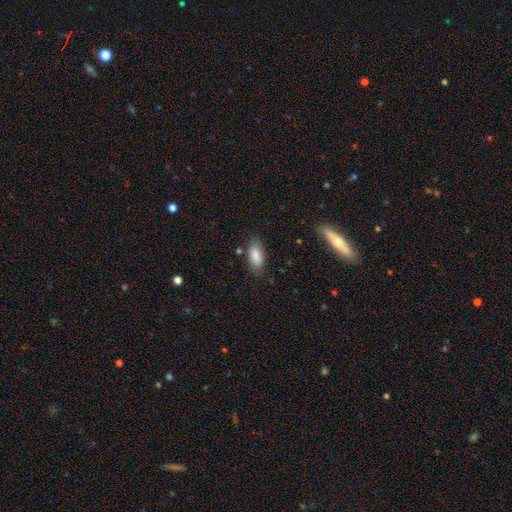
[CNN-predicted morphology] A smooth galaxy with no disk features (86%) that is in between round and cigar-shaped (86%).

Vote fractions:
- Smooth or featured? smooth: 86% / featured or disk: 7% / star or artifact: 7%
- How rounded? in between: 86% / cigar-shaped: 12% / round: 2%
- Merging? none: 79% / minor disturbance: 14% / major disturbance: 4% / merger: 3%